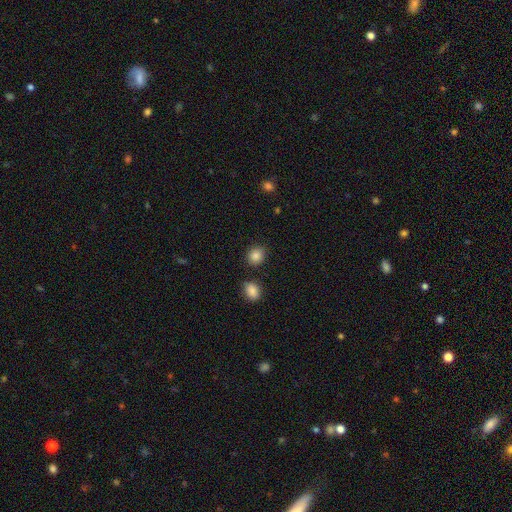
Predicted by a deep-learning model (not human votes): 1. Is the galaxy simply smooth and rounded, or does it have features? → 86% smooth, 9% star or artifact, 4% featured or disk.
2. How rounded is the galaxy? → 78% round, 22% in between, 1% cigar-shaped.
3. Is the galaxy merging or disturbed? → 86% none, 8% minor disturbance, 4% merger, 2% major disturbance.